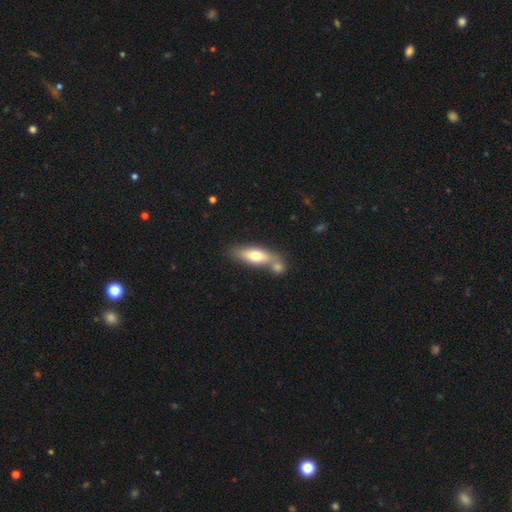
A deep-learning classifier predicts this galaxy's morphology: smooth-or-featured: smooth: 66% | featured or disk: 28% | star or artifact: 6%
  how-rounded: in between: 53% | cigar-shaped: 44% | round: 3%
  merging: none: 46% | merger: 38% | minor disturbance: 12% | major disturbance: 4%